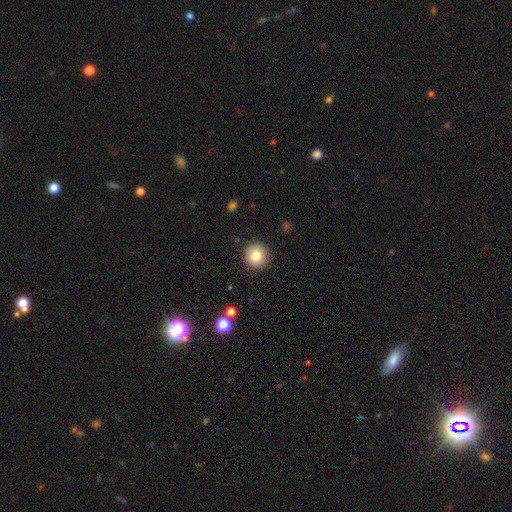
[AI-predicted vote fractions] Smooth or featured?
  - smooth: 83% *
  - star or artifact: 9%
  - featured or disk: 7%
How rounded?
  - round: 94% *
  - in between: 5%
  - cigar-shaped: 1%
Merging?
  - none: 90% *
  - minor disturbance: 7%
  - major disturbance: 2%
  - merger: 1%